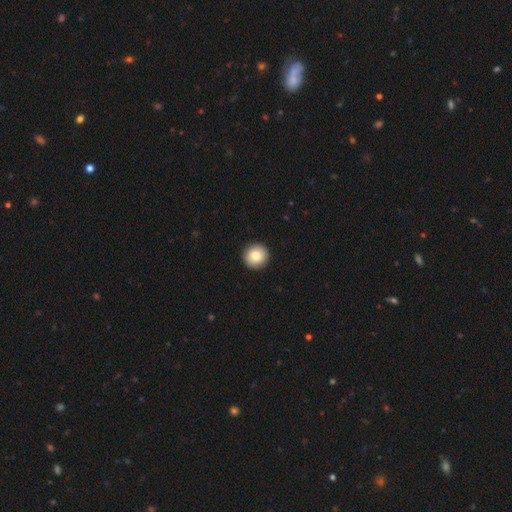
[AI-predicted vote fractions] Smooth or featured?
  - smooth: 83% *
  - featured or disk: 9%
  - star or artifact: 8%
How rounded?
  - round: 95% *
  - in between: 4%
  - cigar-shaped: 1%
Merging?
  - none: 93% *
  - minor disturbance: 5%
  - major disturbance: 1%
  - merger: 1%